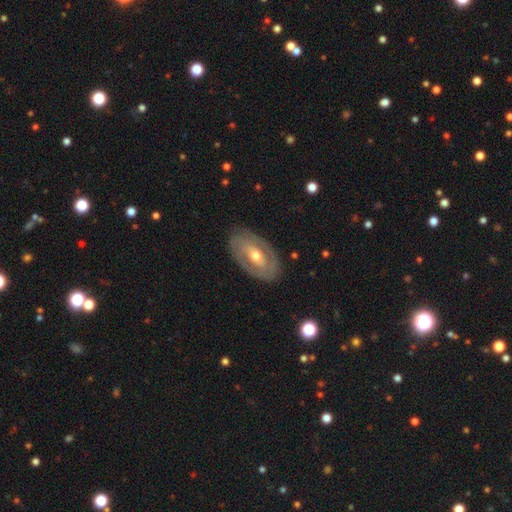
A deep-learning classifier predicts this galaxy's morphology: Smooth or featured? Predicted: featured or disk (p=0.70). Edge-on disk? Predicted: no (p=0.91). Bar? Predicted: no (p=0.43). Spiral arms? Predicted: yes (p=0.53). Bulge size? Predicted: moderate (p=0.64). Merging? Predicted: none (p=0.81).